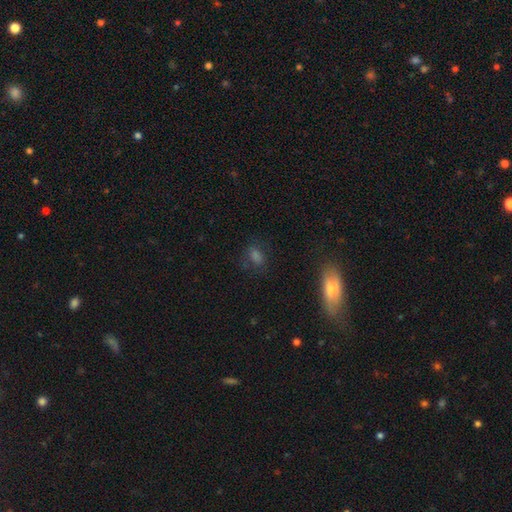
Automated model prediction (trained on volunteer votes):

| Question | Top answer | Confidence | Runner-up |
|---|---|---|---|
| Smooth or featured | smooth | 67% | star or artifact (20%) |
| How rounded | in between | 70% | round (24%) |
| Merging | none | 72% | minor disturbance (17%) |